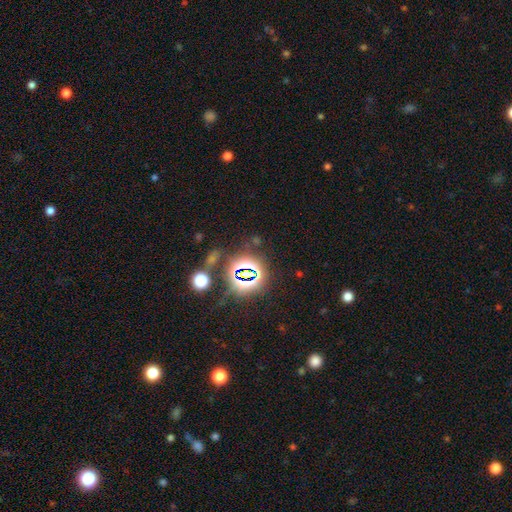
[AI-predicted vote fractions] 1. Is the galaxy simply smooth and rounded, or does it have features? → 76% star or artifact, 14% smooth, 10% featured or disk.